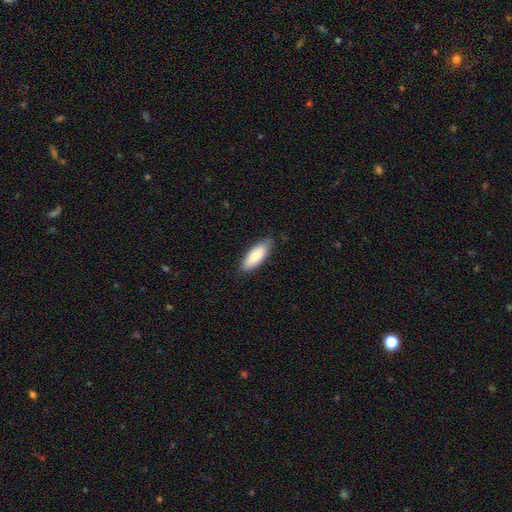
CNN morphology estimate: This appears to be a smooth galaxy with no disk features (84%) that is in between round and cigar-shaped (67%). Merging: none (84%).